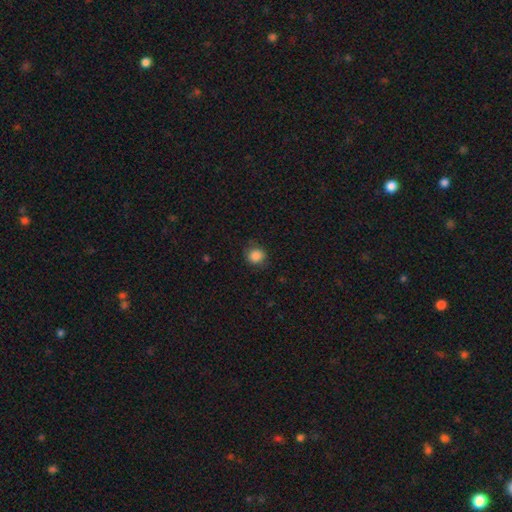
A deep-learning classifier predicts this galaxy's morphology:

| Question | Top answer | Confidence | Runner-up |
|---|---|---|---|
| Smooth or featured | smooth | 86% | star or artifact (10%) |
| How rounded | round | 84% | in between (15%) |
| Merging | none | 79% | minor disturbance (16%) |